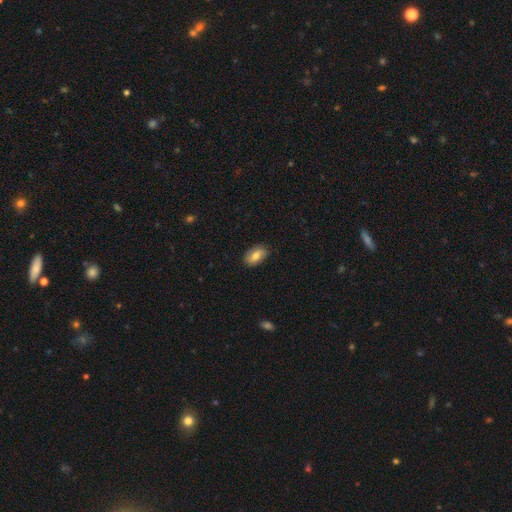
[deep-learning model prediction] A smooth galaxy with no disk features (70%) that is in between round and cigar-shaped (92%).

Vote fractions:
- Smooth or featured? smooth: 70% / featured or disk: 22% / star or artifact: 7%
- How rounded? in between: 92% / round: 6% / cigar-shaped: 3%
- Merging? none: 83% / minor disturbance: 13% / major disturbance: 3% / merger: 1%